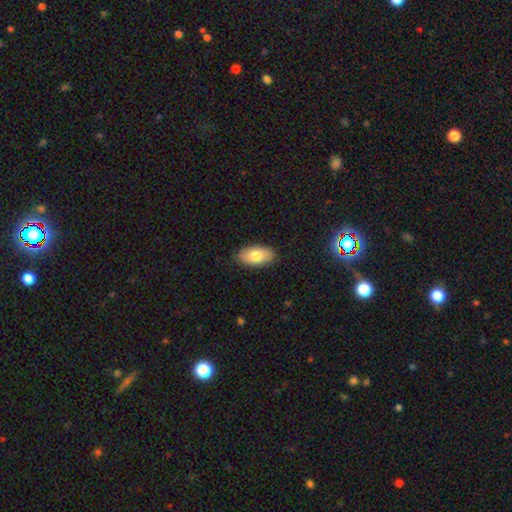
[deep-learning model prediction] This is likely a smooth galaxy (79%). How rounded: clearly in between (93%). Merging: clearly none (86%).